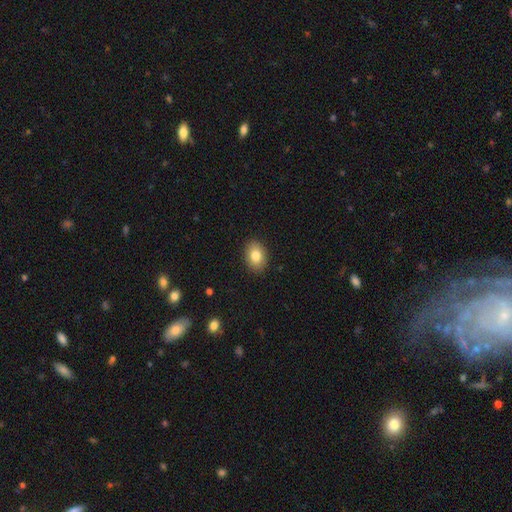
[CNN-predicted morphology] smooth-or-featured: smooth: 82% | featured or disk: 9% | star or artifact: 9%
  how-rounded: in between: 72% | round: 27% | cigar-shaped: 1%
  merging: none: 89% | minor disturbance: 8% | major disturbance: 2% | merger: 1%